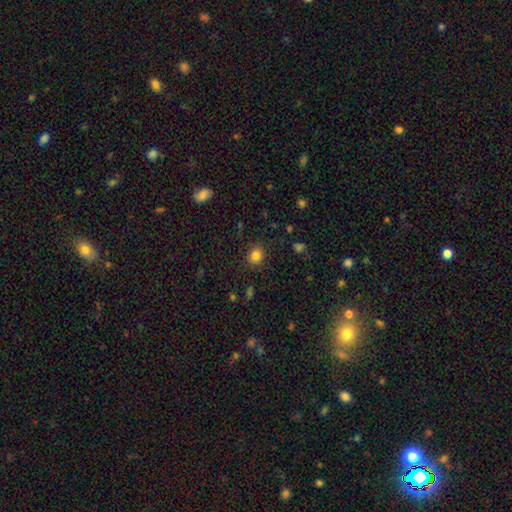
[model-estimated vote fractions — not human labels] Morphology: type=smooth (83%); roundness=round (75%); merging=none (86%).